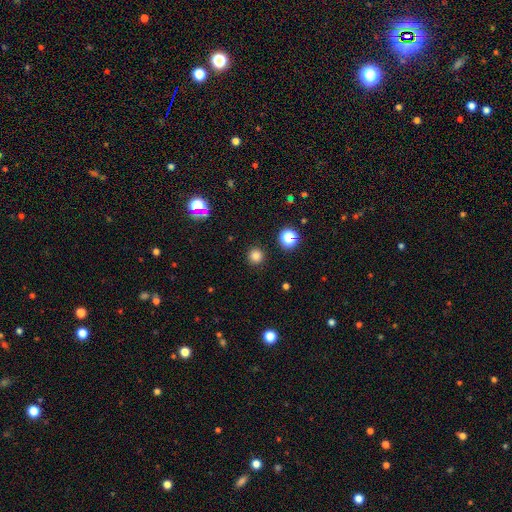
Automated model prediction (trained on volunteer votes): Smooth or featured?
  - smooth: 78% *
  - star or artifact: 17%
  - featured or disk: 5%
How rounded?
  - round: 95% *
  - in between: 4%
  - cigar-shaped: 1%
Merging?
  - none: 91% *
  - minor disturbance: 5%
  - major disturbance: 2%
  - merger: 2%